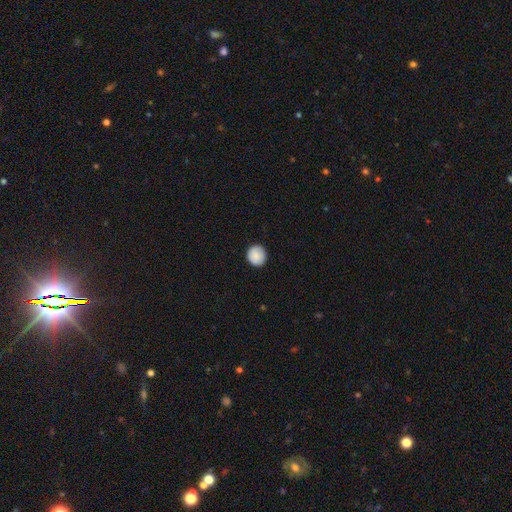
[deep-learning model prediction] This is clearly a smooth galaxy (88%). How rounded: clearly round (91%). Merging: clearly none (89%).